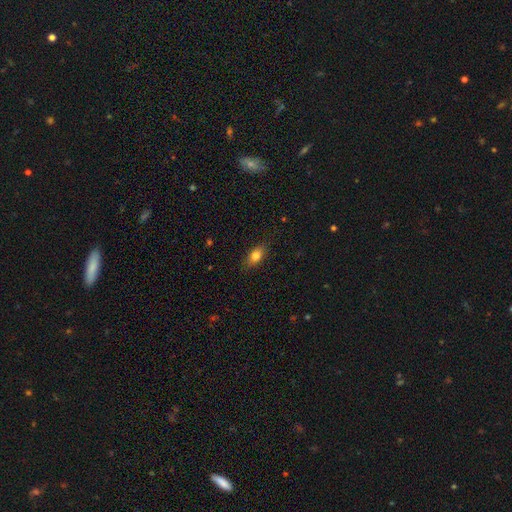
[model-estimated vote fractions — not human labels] Smooth or featured? smooth (79%)
How rounded? in between (81%)
Merging? none (84%)